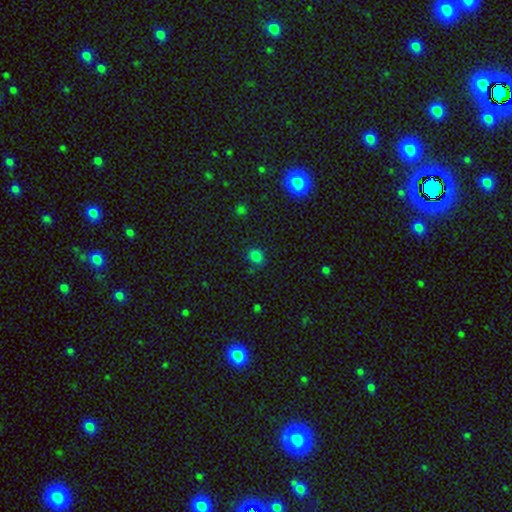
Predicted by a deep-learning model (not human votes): A smooth galaxy with no disk features (79%) that is in between round and cigar-shaped (51%).

Vote fractions:
- Smooth or featured? smooth: 79% / star or artifact: 17% / featured or disk: 4%
- How rounded? in between: 51% / round: 48% / cigar-shaped: 1%
- Merging? none: 77% / minor disturbance: 16% / major disturbance: 4% / merger: 3%